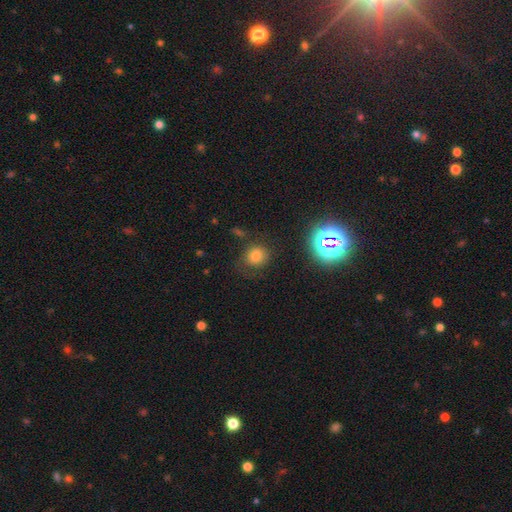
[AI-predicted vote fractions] This appears to be a smooth galaxy with no disk features (72%) that is round (78%). Merging: none (73%).